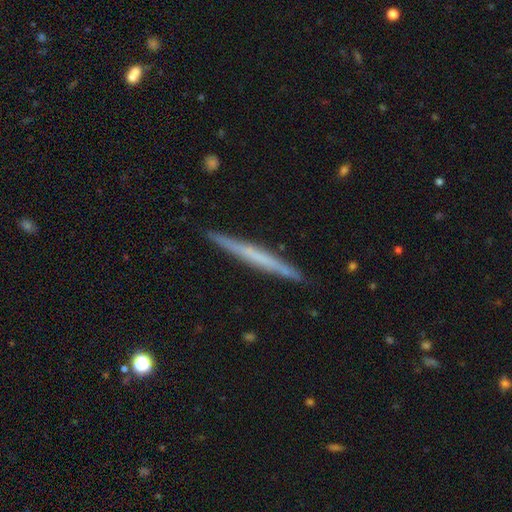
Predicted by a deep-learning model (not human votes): This appears to be a featured or disk galaxy (51%) viewed edge-on (97%). Merging: none (91%).